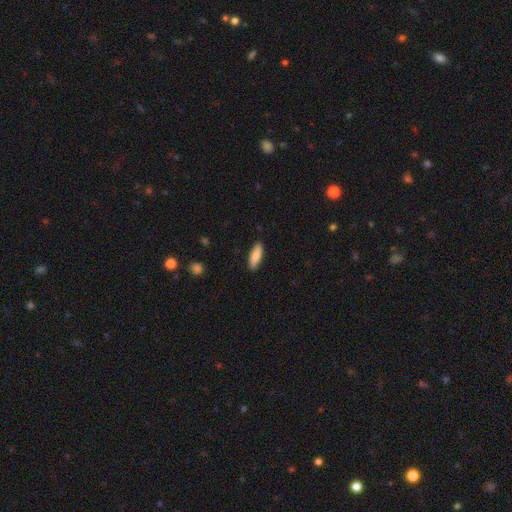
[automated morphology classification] A smooth galaxy with no disk features (83%) that is in between round and cigar-shaped (56%). Merging: none (87%).